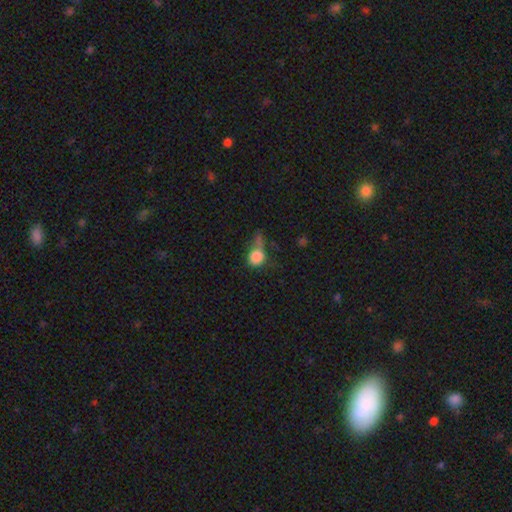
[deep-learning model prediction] Smooth or featured?
  - smooth: 80% *
  - star or artifact: 10%
  - featured or disk: 10%
How rounded?
  - round: 60% *
  - in between: 37%
  - cigar-shaped: 2%
Merging?
  - major disturbance: 27% * (tied)
  - none: 27% * (tied)
  - merger: 24%
  - minor disturbance: 22%